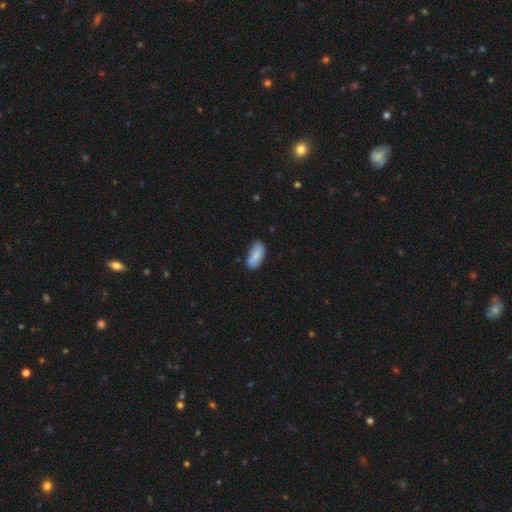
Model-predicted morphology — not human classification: Smooth or featured: smooth — 82% (featured or disk — 12%)
How rounded: in between — 91% (cigar-shaped — 7%)
Merging: none — 65% (minor disturbance — 27%)